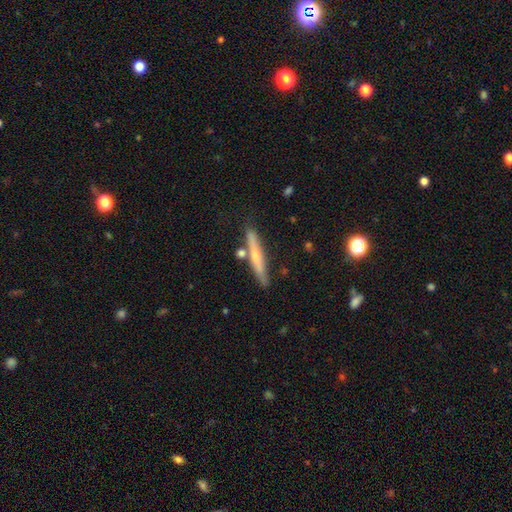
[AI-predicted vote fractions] Smooth or featured?
  - featured or disk: 50% *
  - smooth: 43%
  - star or artifact: 7%
Edge-on disk?
  - yes: 94% *
  - no: 6%
Merging?
  - none: 77% *
  - minor disturbance: 12%
  - merger: 8%
  - major disturbance: 2%